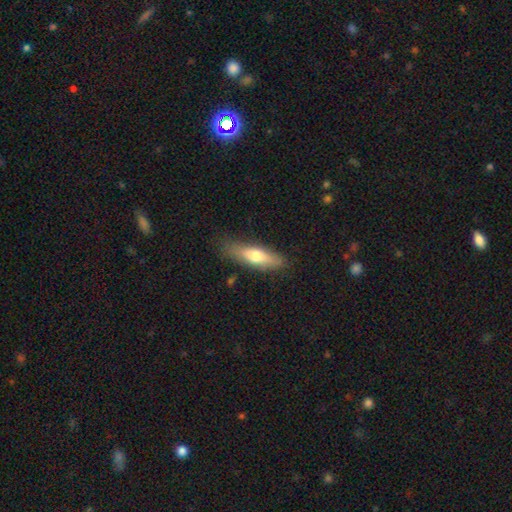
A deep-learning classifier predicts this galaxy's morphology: Smooth or featured? Predicted: smooth (p=0.63). How rounded? Predicted: cigar-shaped (p=0.54). Merging? Predicted: none (p=0.80).